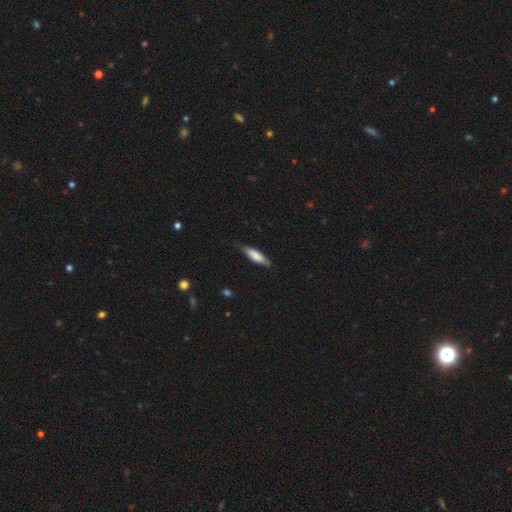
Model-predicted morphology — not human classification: Overall: smooth (73%). How rounded: cigar-shaped (66%; in between 32%). Merging: none (76%).